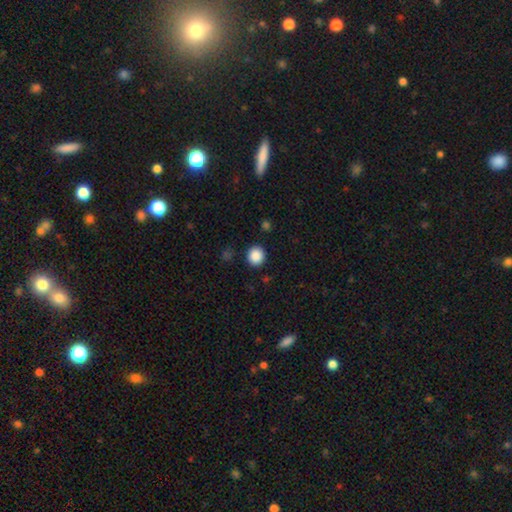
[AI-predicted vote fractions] A smooth galaxy with no disk features (88%) that is round (86%). Merging: none (90%).